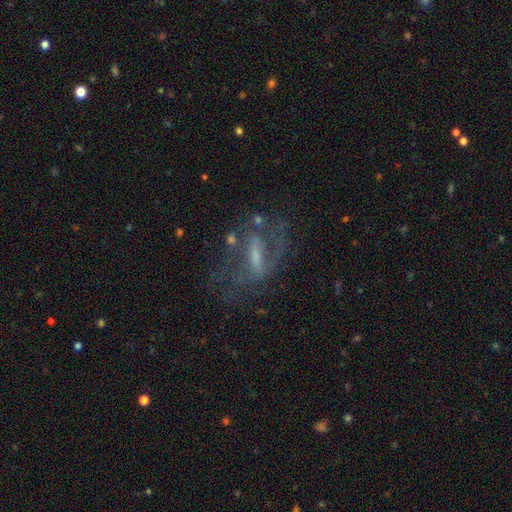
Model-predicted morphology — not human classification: Smooth or featured? Predicted: featured or disk (p=0.72). Edge-on disk? Predicted: no (p=0.87). Bar? Predicted: strong (p=0.47). Spiral arms? Predicted: yes (p=0.68). Bulge size? Predicted: small (p=0.36). Merging? Predicted: none (p=0.53).